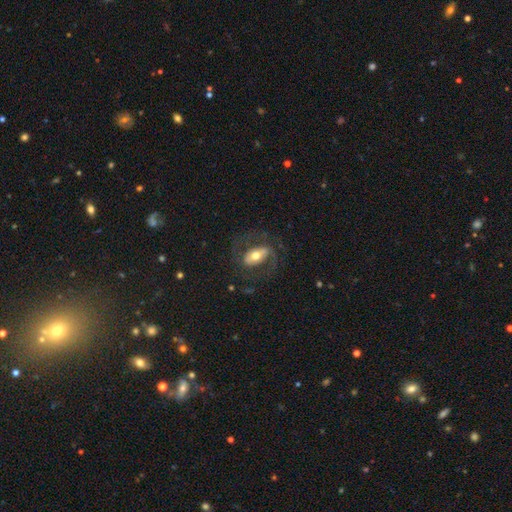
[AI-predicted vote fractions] A featured or disk galaxy (63%) with a strong bar (42%), spiral arms (75%) and a moderate central bulge (64%). Merging: none (67%).